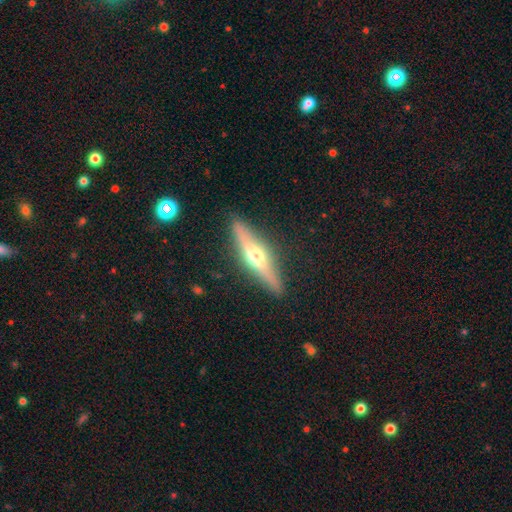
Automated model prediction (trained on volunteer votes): Smooth or featured? Predicted: featured or disk (p=0.62). Edge-on disk? Predicted: yes (p=0.93). Edge-on bulge? Predicted: rounded (p=0.90). Merging? Predicted: none (p=0.88).